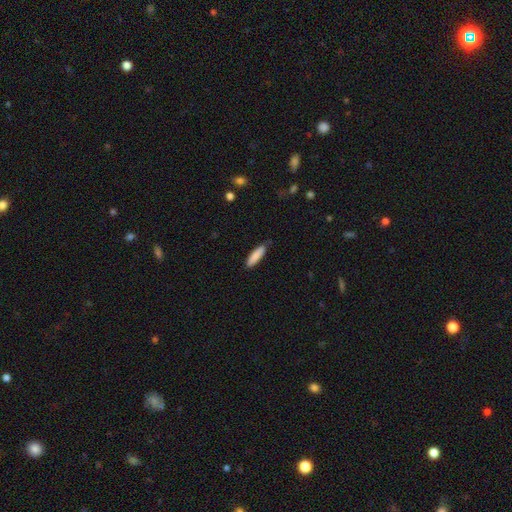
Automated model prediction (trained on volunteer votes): This appears to be a smooth galaxy with no disk features (86%) that is cigar-shaped (70%). Merging: none (80%).